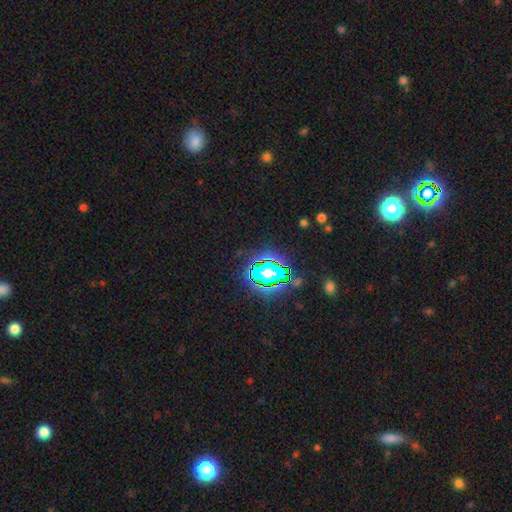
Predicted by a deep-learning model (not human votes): smooth_or_featured: star or artifact (p=0.80) [alt: smooth p=0.13]